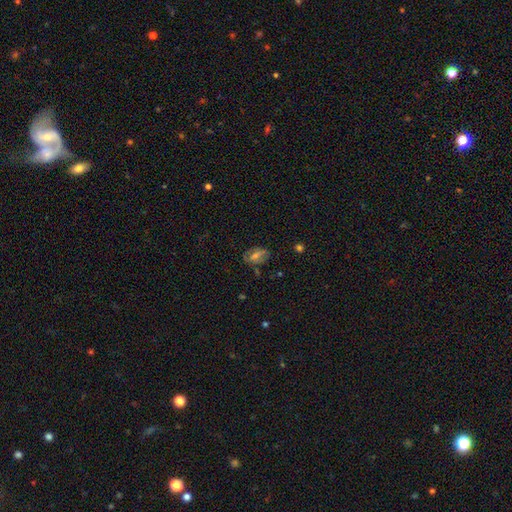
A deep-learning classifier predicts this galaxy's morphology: Q: Smooth or featured?
A: featured or disk (47%); runner-up: smooth (36%)
Q: Merging?
A: none (76%); runner-up: minor disturbance (16%)